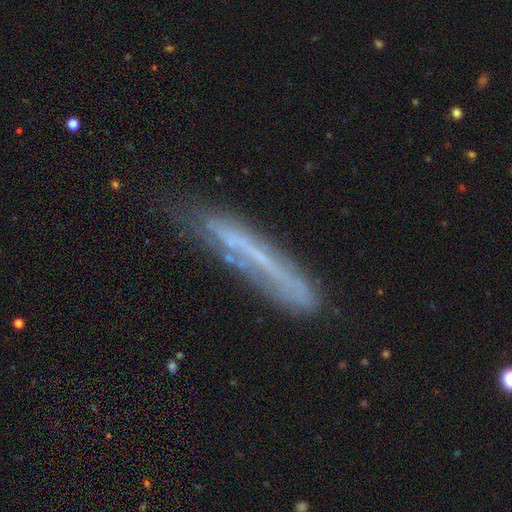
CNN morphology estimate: The model was most divided on "smooth or featured": featured or disk: 53%, smooth: 36%, star or artifact: 11%. More confident: edge-on disk — yes (74%); merging — none (65%).